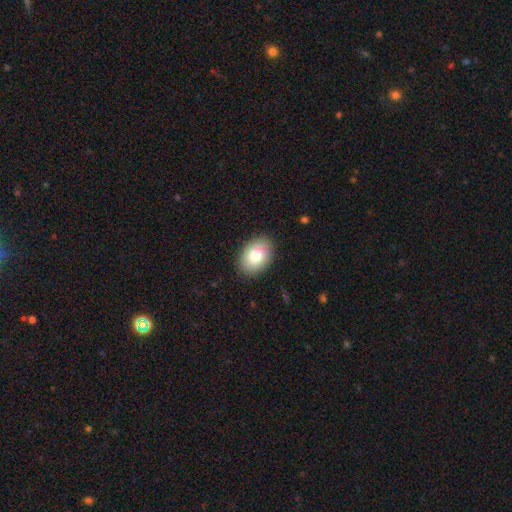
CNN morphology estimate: A smooth galaxy with no disk features (81%) that is in between round and cigar-shaped (82%).

Vote fractions:
- Smooth or featured? smooth: 81% / featured or disk: 12% / star or artifact: 7%
- How rounded? in between: 82% / round: 17% / cigar-shaped: 1%
- Merging? none: 88% / minor disturbance: 9% / major disturbance: 2% / merger: 1%